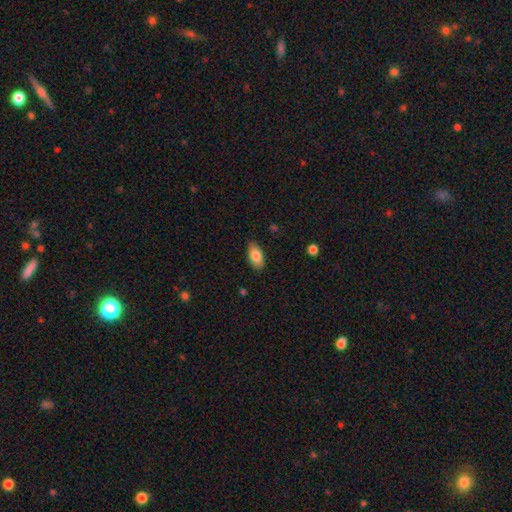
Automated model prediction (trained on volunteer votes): Smooth or featured?
  - smooth: 83% *
  - featured or disk: 10%
  - star or artifact: 7%
How rounded?
  - in between: 91% *
  - cigar-shaped: 6%
  - round: 3%
Merging?
  - none: 86% *
  - minor disturbance: 11%
  - major disturbance: 2%
  - merger: 1%